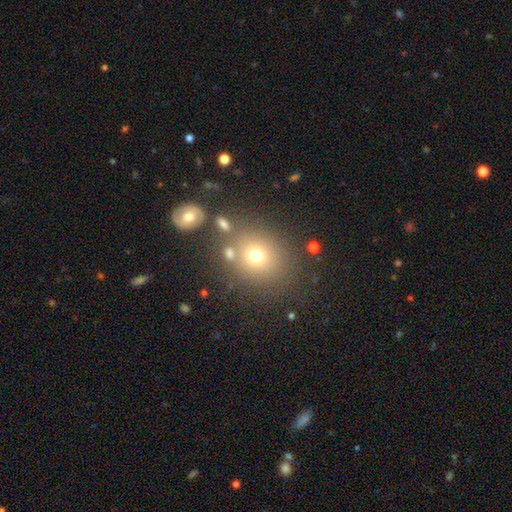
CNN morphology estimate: This appears to be a smooth galaxy with no disk features (70%) that is round (77%). Merging: none (73%).